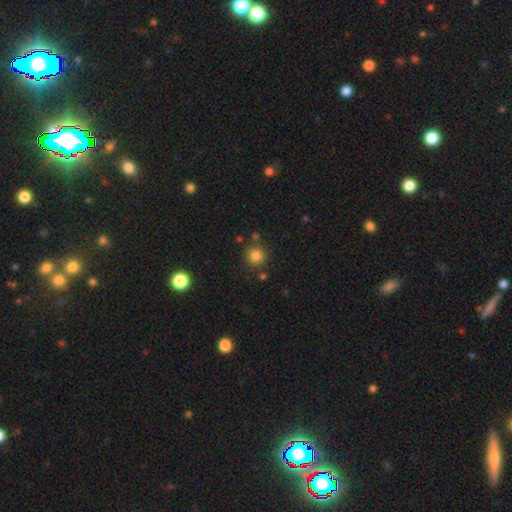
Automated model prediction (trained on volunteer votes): Q: Smooth or featured?
A: smooth (82%); runner-up: star or artifact (13%)
Q: How rounded?
A: round (93%); runner-up: in between (6%)
Q: Merging?
A: none (82%); runner-up: minor disturbance (8%)